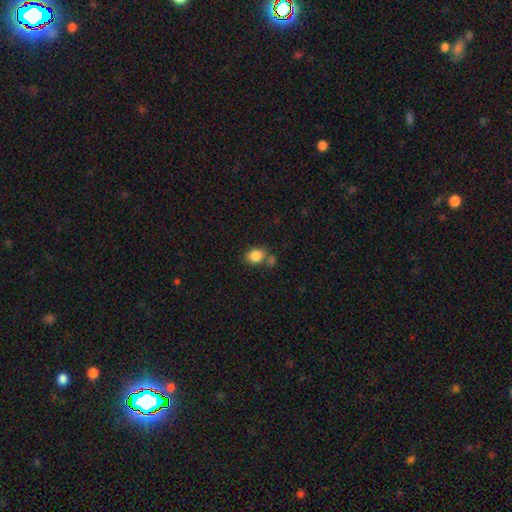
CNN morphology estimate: This is clearly a smooth galaxy (86%). How rounded: possibly in between (55%). Merging: possibly none (60%).